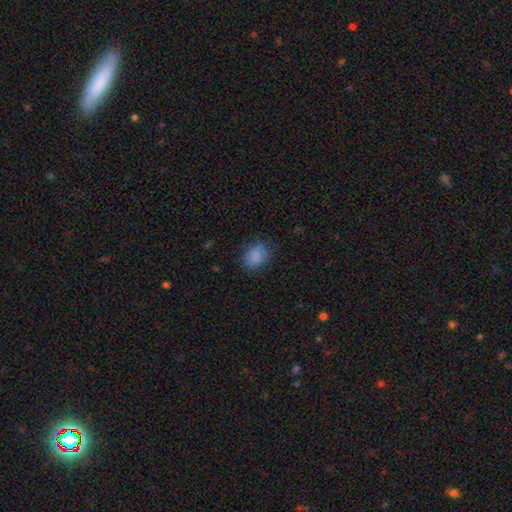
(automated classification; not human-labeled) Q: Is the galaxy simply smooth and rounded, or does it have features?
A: smooth — 85%.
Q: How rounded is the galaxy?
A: in between — 67%.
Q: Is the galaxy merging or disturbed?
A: none — 76%.